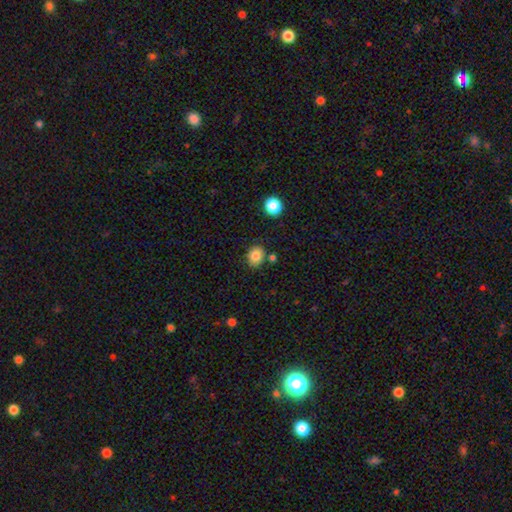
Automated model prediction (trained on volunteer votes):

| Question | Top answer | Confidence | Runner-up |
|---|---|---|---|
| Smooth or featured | smooth | 85% | star or artifact (10%) |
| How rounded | round | 56% | in between (43%) |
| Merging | none | 77% | minor disturbance (14%) |